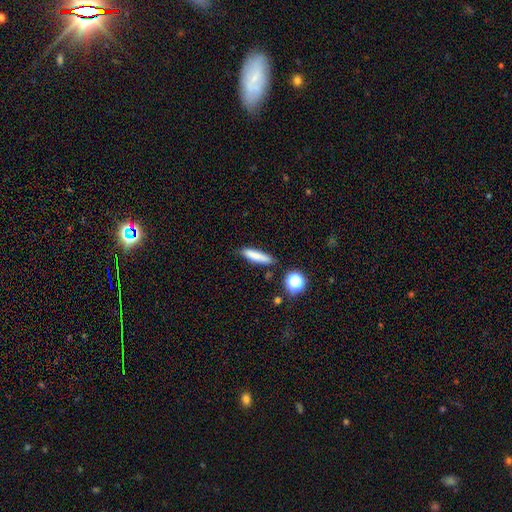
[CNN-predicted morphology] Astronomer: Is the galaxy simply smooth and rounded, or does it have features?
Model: smooth — 80%.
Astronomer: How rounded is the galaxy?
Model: cigar-shaped — 79%.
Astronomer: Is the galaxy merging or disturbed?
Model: none — 81%.